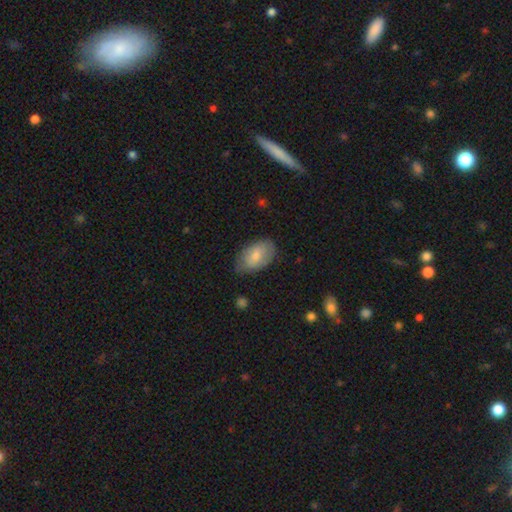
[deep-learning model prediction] Smooth or featured? Predicted: smooth (p=0.76). How rounded? Predicted: in between (p=0.93). Merging? Predicted: none (p=0.73).